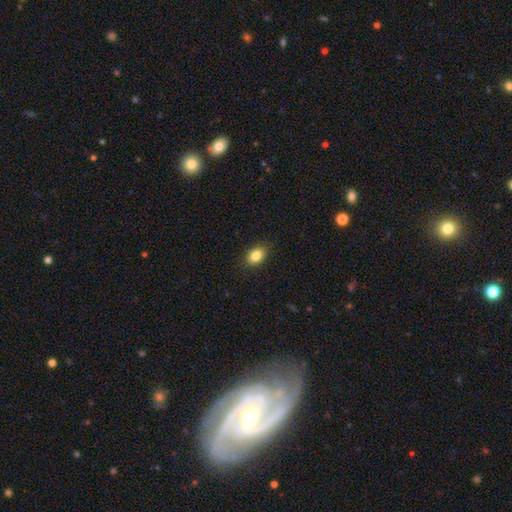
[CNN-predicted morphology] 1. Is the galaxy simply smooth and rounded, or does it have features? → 84% smooth, 9% star or artifact, 7% featured or disk.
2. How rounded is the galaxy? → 83% in between, 16% round, 2% cigar-shaped.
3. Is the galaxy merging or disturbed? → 88% none, 9% minor disturbance, 2% major disturbance, 1% merger.